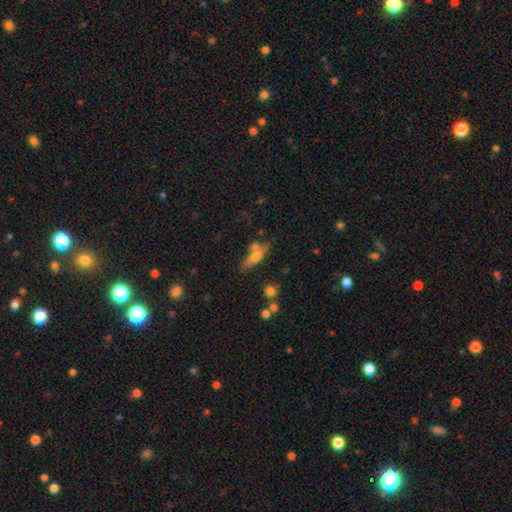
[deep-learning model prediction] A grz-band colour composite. It shows a smooth galaxy with no disk features (56%) that is cigar-shaped (56%). Merging: none (57%).